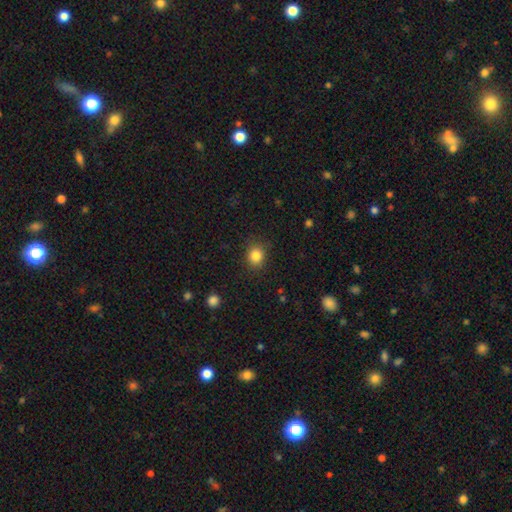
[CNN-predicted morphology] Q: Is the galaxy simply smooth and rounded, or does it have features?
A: smooth — 84%.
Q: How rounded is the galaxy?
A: round — 75%.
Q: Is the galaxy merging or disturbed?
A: none — 85%.